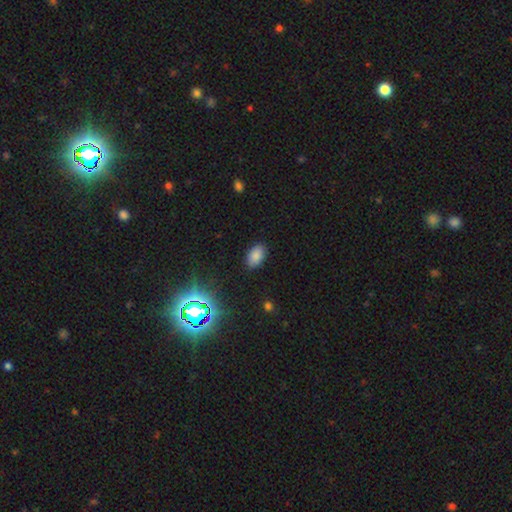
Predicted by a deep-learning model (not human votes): The model was most divided on "smooth or featured": smooth: 82%, star or artifact: 13%, featured or disk: 5%. More confident: how rounded — in between (92%); merging — none (87%).